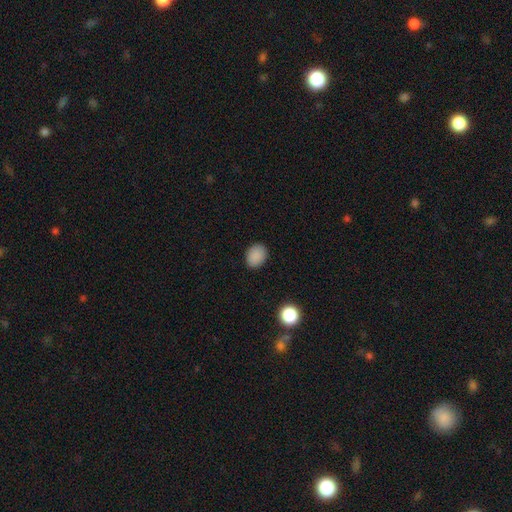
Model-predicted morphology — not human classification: Overall: smooth (87%). How rounded: in between (53%; round 46%). Merging: none (88%).